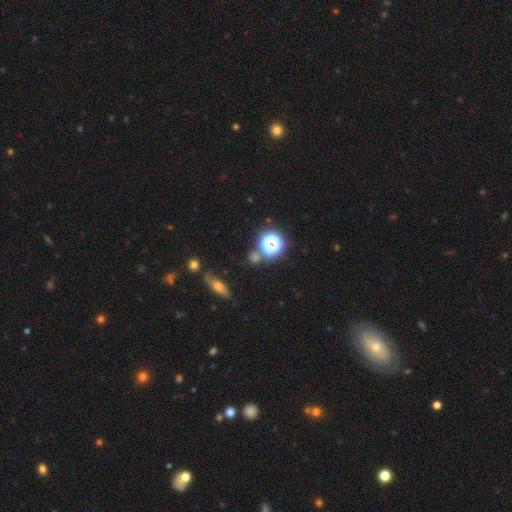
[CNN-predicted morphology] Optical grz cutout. It shows a star or artifact, not a galaxy (55%).